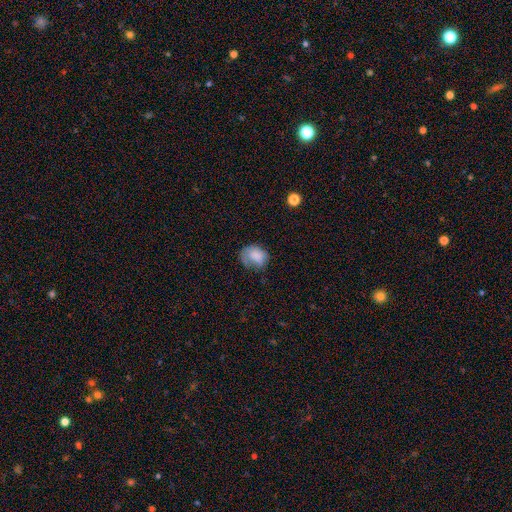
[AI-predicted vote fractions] Smooth or featured? Predicted: smooth (p=0.75). How rounded? Predicted: in between (p=0.55). Merging? Predicted: none (p=0.43).